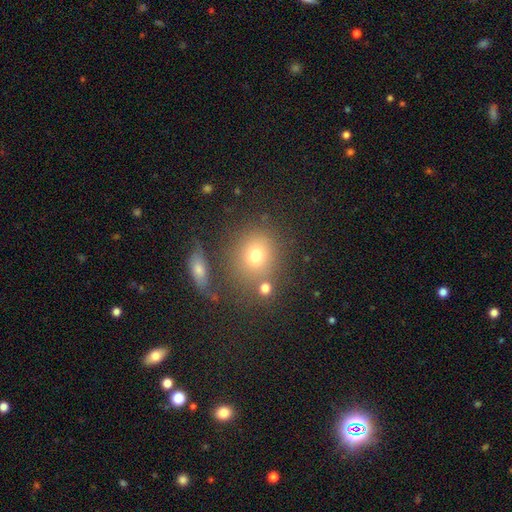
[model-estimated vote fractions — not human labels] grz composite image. It shows a smooth galaxy with no disk features (70%) that is round (75%). Merging: none (67%).